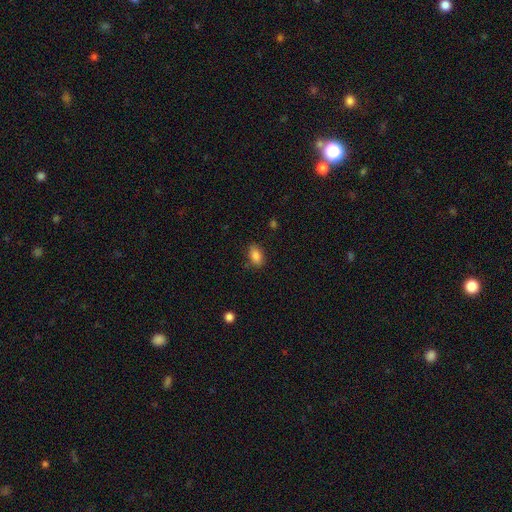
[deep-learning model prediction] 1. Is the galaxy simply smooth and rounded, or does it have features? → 85% smooth, 9% star or artifact, 6% featured or disk.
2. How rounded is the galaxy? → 88% in between, 9% round, 3% cigar-shaped.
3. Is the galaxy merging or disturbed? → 82% none, 13% minor disturbance, 3% major disturbance, 2% merger.